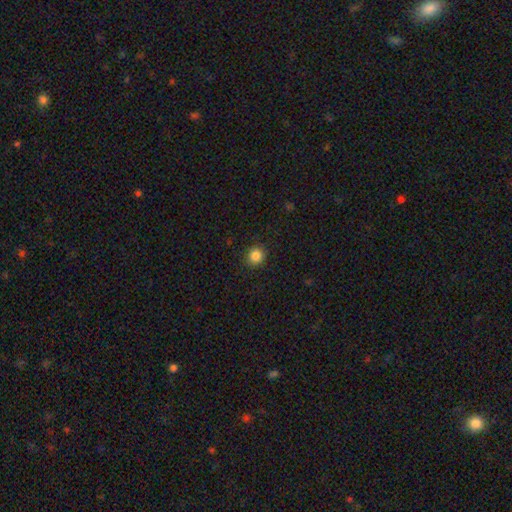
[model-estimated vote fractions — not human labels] smooth_or_featured: smooth (p=0.86) [alt: star or artifact p=0.11]
how_rounded: round (p=0.89) [alt: in between p=0.10]
merging: none (p=0.91) [alt: minor disturbance p=0.06]